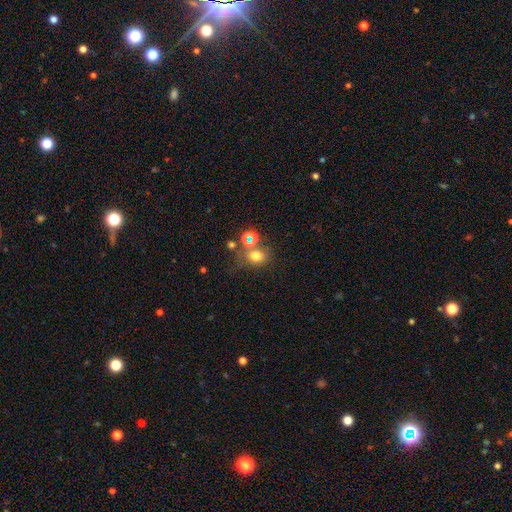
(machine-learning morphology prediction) smooth_or_featured: smooth (p=0.69) [alt: star or artifact p=0.21]
how_rounded: round (p=0.61) [alt: in between p=0.38]
merging: none (p=0.58) [alt: merger p=0.19]